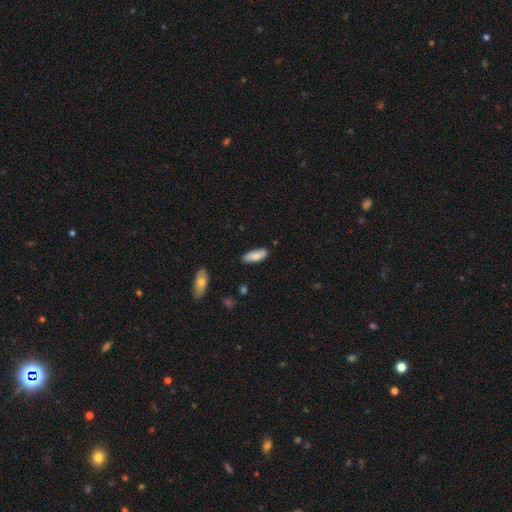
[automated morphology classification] type=smooth (84%); roundness=in between (71%); merging=none (83%).